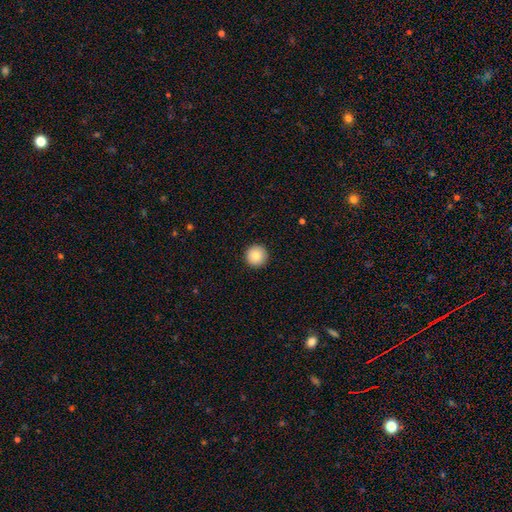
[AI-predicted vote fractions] Morphology: type=smooth (84%); roundness=round (96%); merging=none (93%).